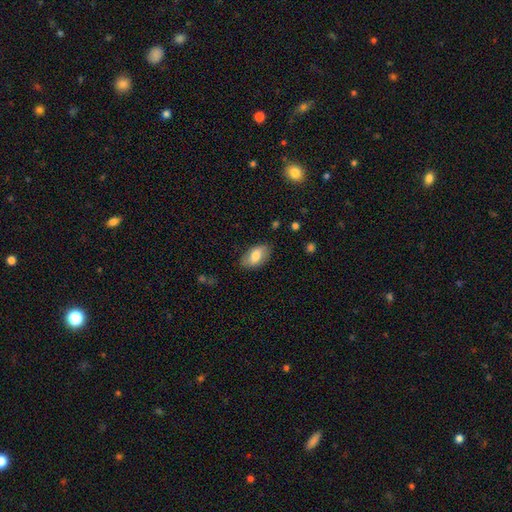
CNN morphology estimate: smooth-or-featured: smooth: 73% | featured or disk: 21% | star or artifact: 6%
  how-rounded: in between: 93% | round: 5% | cigar-shaped: 2%
  merging: none: 82% | minor disturbance: 14% | major disturbance: 3% | merger: 1%